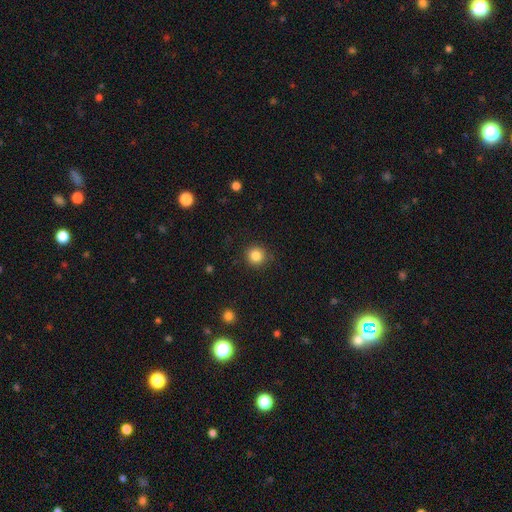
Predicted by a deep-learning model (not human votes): A smooth galaxy with no disk features (85%) that is round (92%). Merging: none (88%).